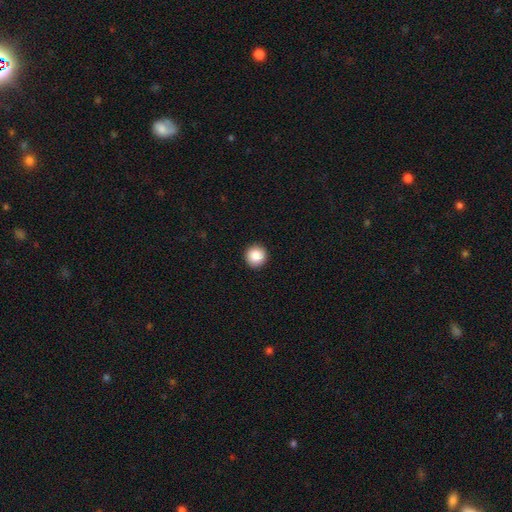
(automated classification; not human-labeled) This appears to be a smooth galaxy with no disk features (88%) that is round (96%). Merging: none (93%).